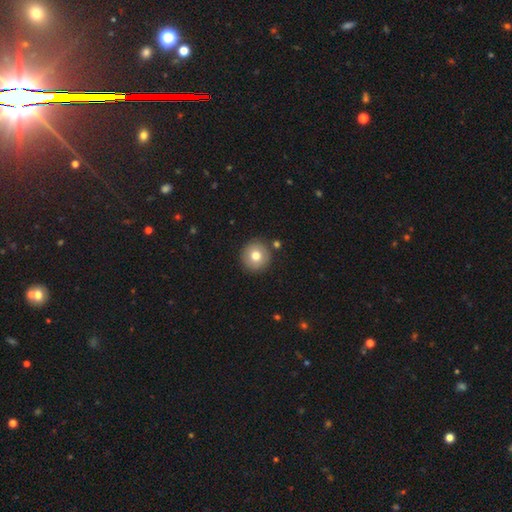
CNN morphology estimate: type=smooth (77%); roundness=round (95%); merging=none (89%).